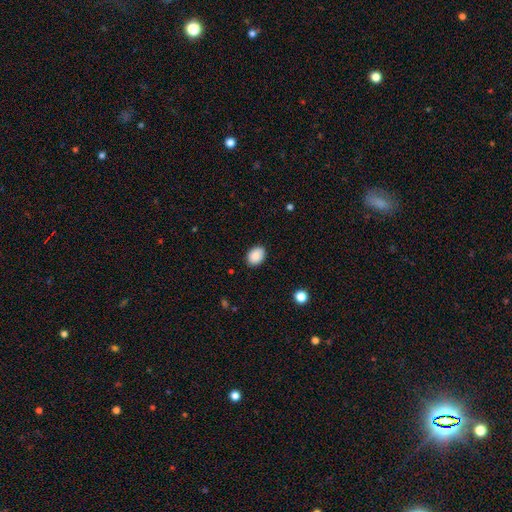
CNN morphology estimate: Overall: smooth (89%). How rounded: in between (74%). Merging: none (86%).